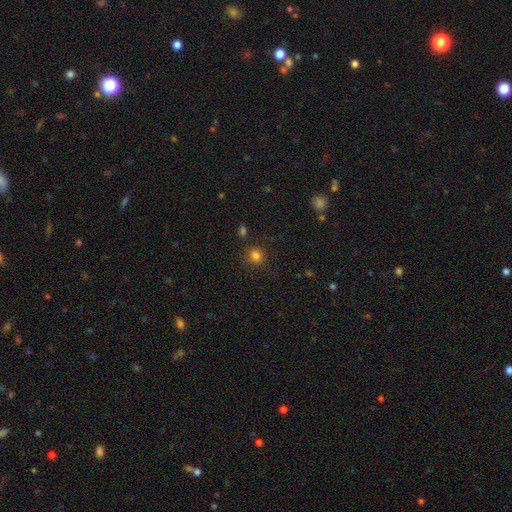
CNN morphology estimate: smooth 80%, star or artifact 14%, featured or disk 5%. Down the decision tree: how rounded — round (77%); merging — none (81%).